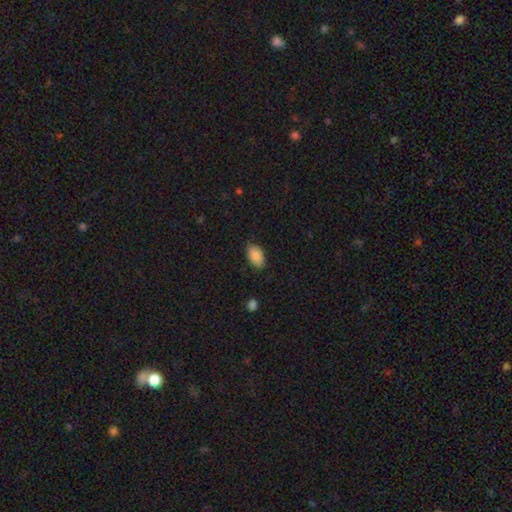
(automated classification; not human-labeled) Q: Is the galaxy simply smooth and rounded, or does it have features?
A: smooth — 88%.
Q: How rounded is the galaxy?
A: in between — 93%.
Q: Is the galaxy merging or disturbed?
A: none — 83%.